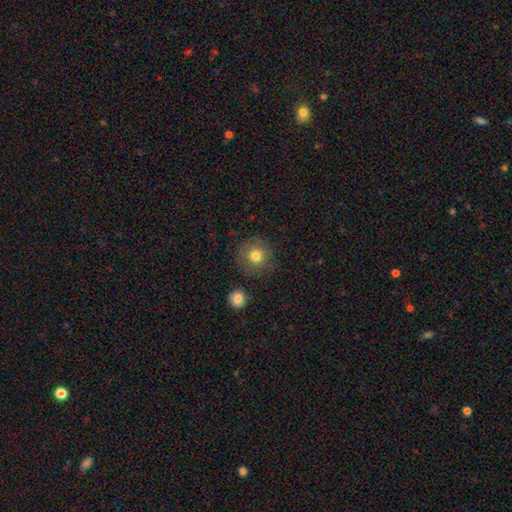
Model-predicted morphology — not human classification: Overall: smooth (78%). How rounded: round (93%). Merging: none (83%).